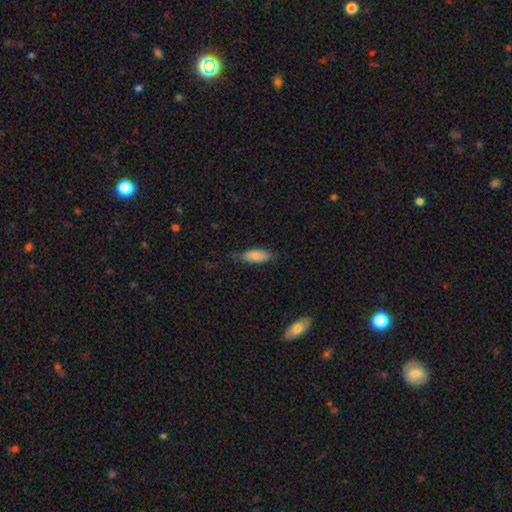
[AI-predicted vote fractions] smooth 83%, featured or disk 11%, star or artifact 6%. Down the decision tree: how rounded — in between (77%); merging — none (71%).